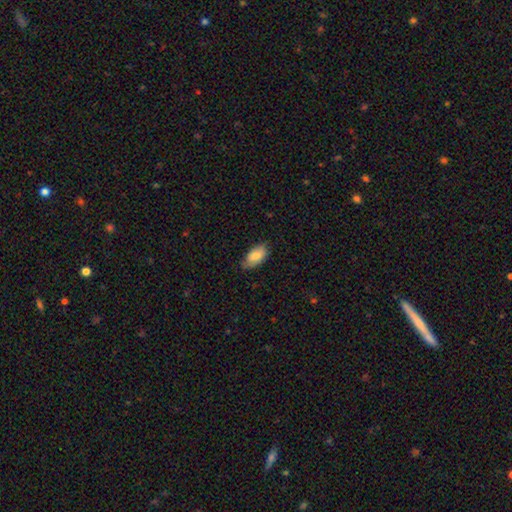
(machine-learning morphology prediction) Q: Smooth or featured?
A: smooth (77%); runner-up: featured or disk (17%)
Q: How rounded?
A: in between (94%); runner-up: cigar-shaped (3%)
Q: Merging?
A: none (67%); runner-up: minor disturbance (27%)